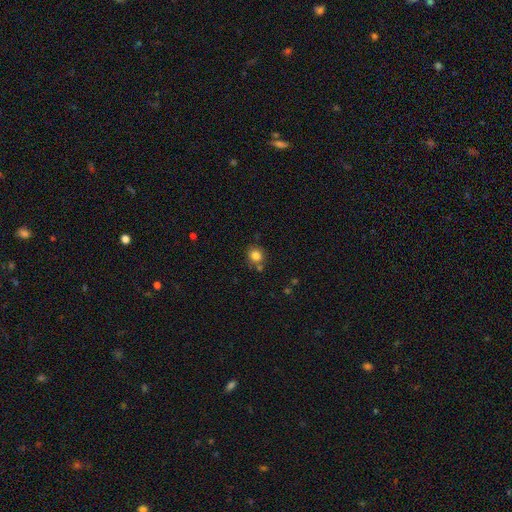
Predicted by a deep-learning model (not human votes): Overall: smooth (82%). How rounded: round (84%). Merging: none (71%).